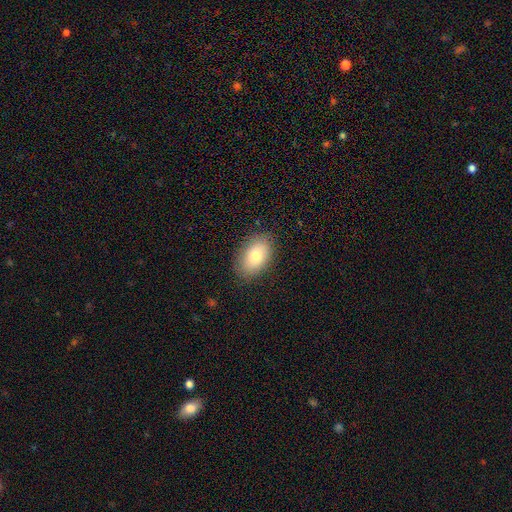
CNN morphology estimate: A smooth galaxy with no disk features (79%) that is in between round and cigar-shaped (89%). Merging: none (86%).